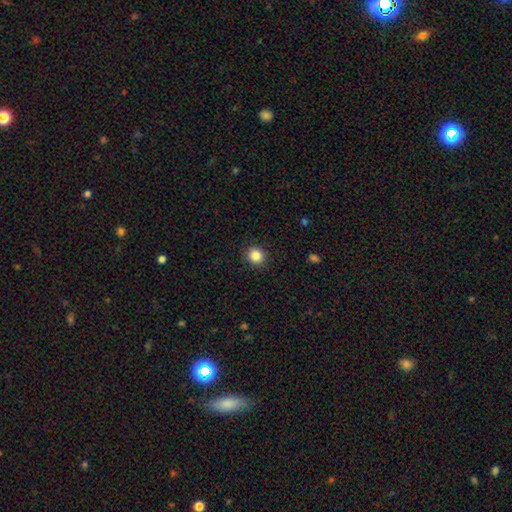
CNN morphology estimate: Smooth or featured? smooth (86%)
How rounded? round (86%)
Merging? none (90%)